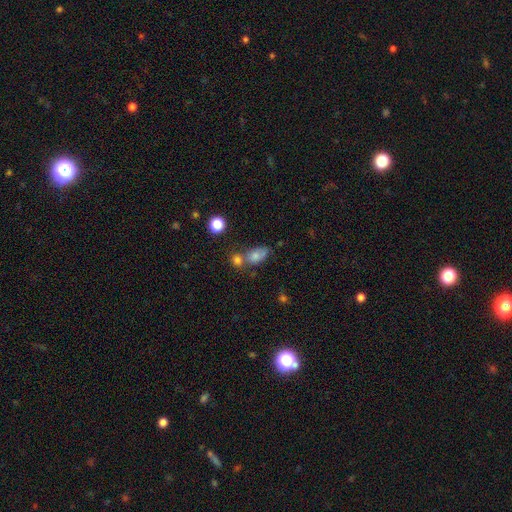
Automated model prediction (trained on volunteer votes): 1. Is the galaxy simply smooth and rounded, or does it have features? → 72% smooth, 14% featured or disk, 13% star or artifact.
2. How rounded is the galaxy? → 77% in between, 19% round, 4% cigar-shaped.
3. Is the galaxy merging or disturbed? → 39% merger, 35% none, 17% minor disturbance, 9% major disturbance.